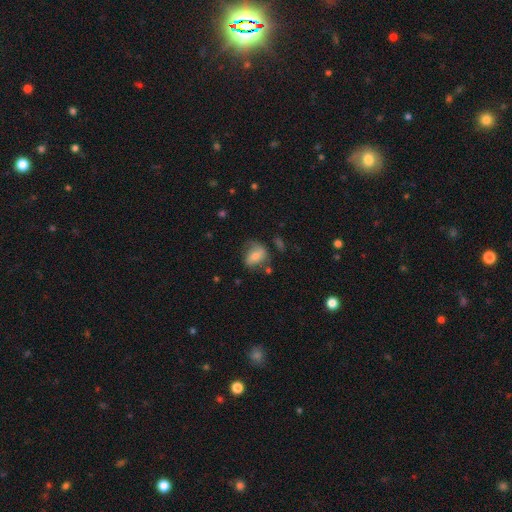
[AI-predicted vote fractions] A smooth galaxy with no disk features (57%) that is in between round and cigar-shaped (70%). Merging: none (49%).